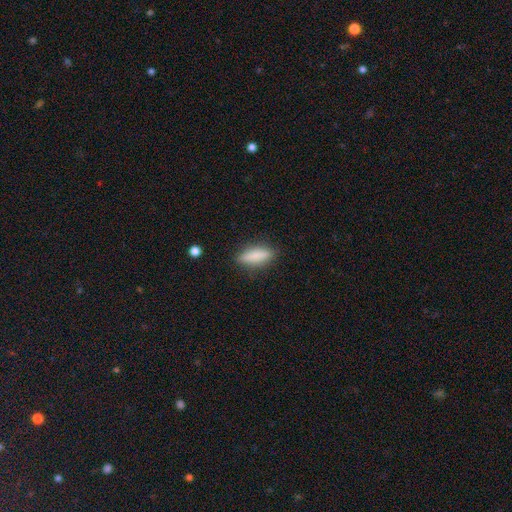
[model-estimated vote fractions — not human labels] Smooth or featured?
  - smooth: 78% *
  - featured or disk: 15%
  - star or artifact: 7%
How rounded?
  - cigar-shaped: 57% *
  - in between: 41%
  - round: 2%
Merging?
  - none: 85% *
  - minor disturbance: 11%
  - major disturbance: 3%
  - merger: 1%